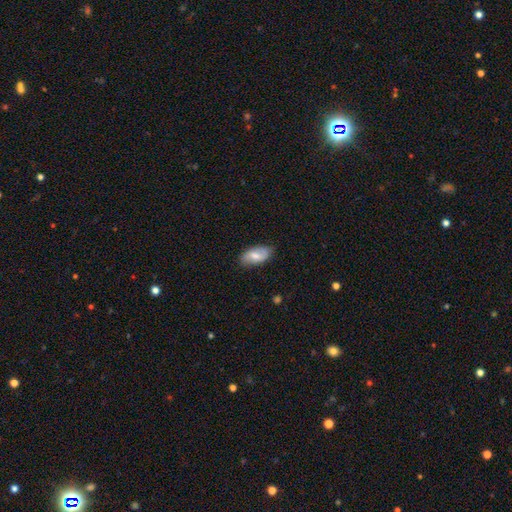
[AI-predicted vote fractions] Overall: smooth (56%; featured or disk 38%). How rounded: in between (92%). Merging: none (82%).